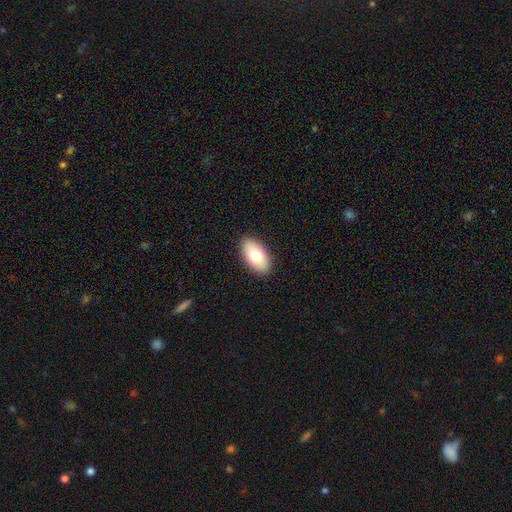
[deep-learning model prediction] Q: Smooth or featured?
A: smooth (75%); runner-up: featured or disk (18%)
Q: How rounded?
A: in between (94%); runner-up: round (4%)
Q: Merging?
A: none (90%); runner-up: minor disturbance (8%)